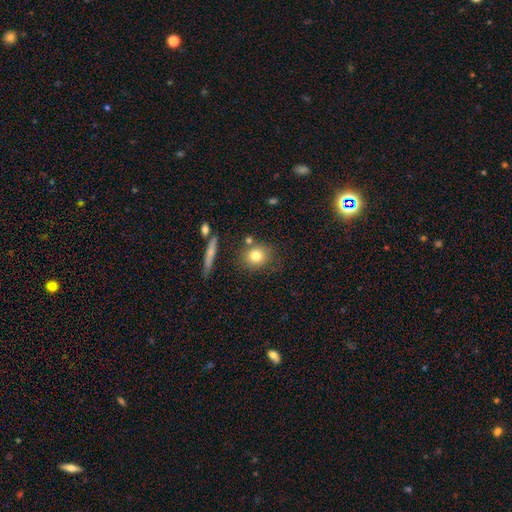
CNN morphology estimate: smooth_or_featured: smooth (p=0.78) [alt: featured or disk p=0.12]
how_rounded: round (p=0.79) [alt: in between p=0.19]
merging: none (p=0.74) [alt: minor disturbance p=0.12]